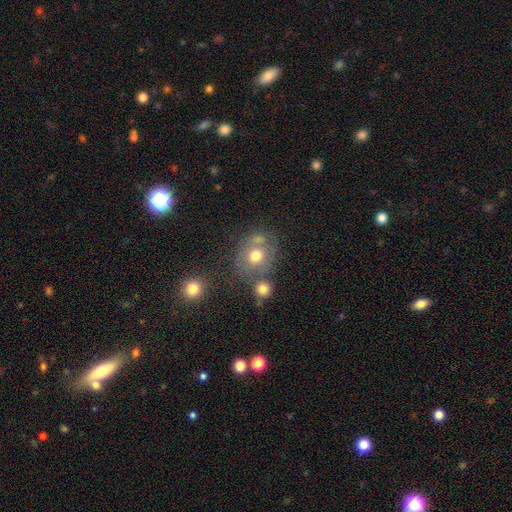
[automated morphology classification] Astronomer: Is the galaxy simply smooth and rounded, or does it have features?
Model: smooth — 66%.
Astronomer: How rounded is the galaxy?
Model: round — 70%.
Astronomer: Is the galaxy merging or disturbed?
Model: none — 53%.